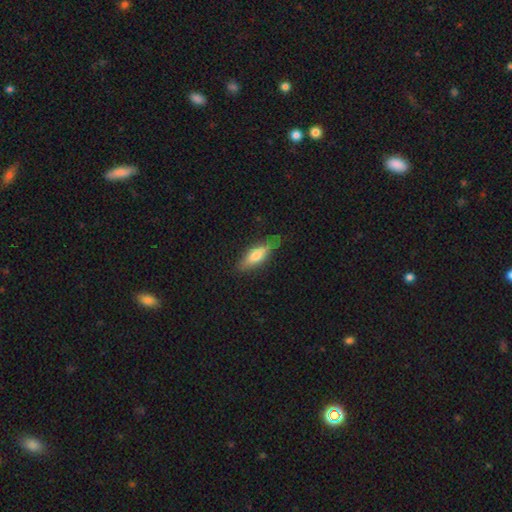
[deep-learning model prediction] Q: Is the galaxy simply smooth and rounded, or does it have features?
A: smooth — 64%.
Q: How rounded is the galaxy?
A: in between — 49%, tied with cigar-shaped.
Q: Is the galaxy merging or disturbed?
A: none — 74%.